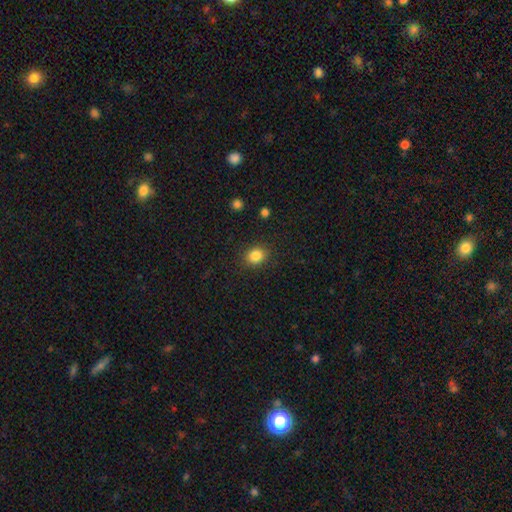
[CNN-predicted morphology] This is clearly a smooth galaxy (85%). How rounded: likely round (66%). Merging: clearly none (87%).